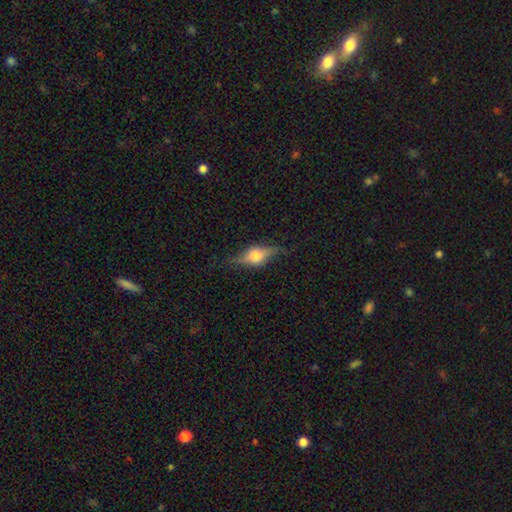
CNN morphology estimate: featured or disk 65%, smooth 27%, star or artifact 8%. Down the decision tree: edge-on disk — yes (92%); edge-on bulge — rounded (93%); merging — none (78%).